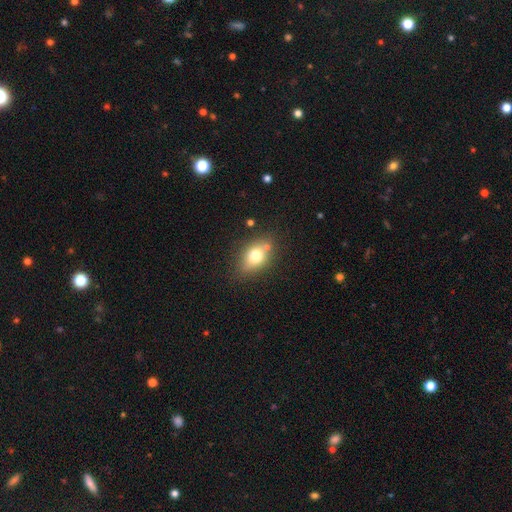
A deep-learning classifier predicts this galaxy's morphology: smooth_or_featured: smooth (p=0.72) [alt: featured or disk p=0.17]
how_rounded: in between (p=0.76) [alt: round p=0.21]
merging: none (p=0.74) [alt: minor disturbance p=0.15]